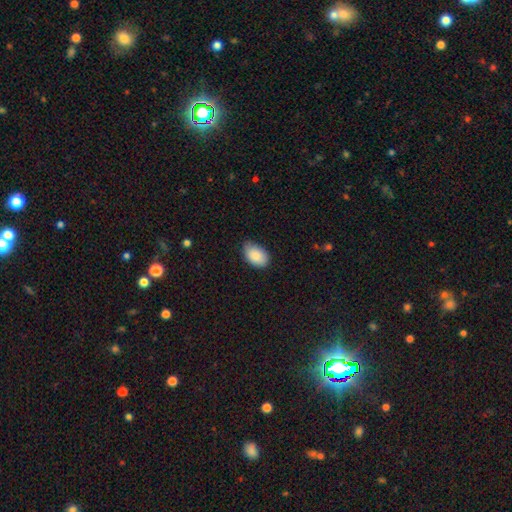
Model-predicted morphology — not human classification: This is clearly a smooth galaxy (87%). How rounded: clearly in between (92%). Merging: likely none (71%).